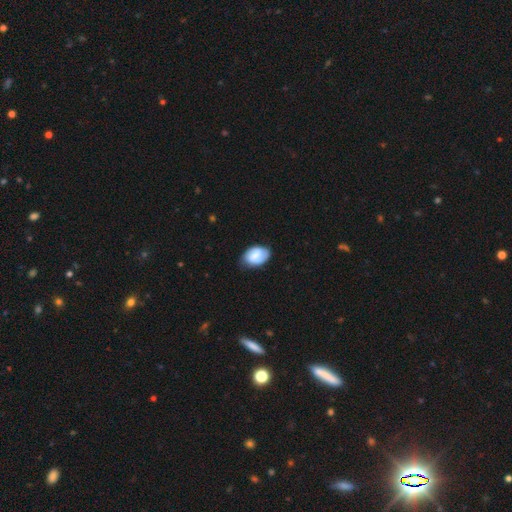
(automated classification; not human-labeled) smooth-or-featured: smooth: 66% | featured or disk: 28% | star or artifact: 7%
  how-rounded: in between: 86% | round: 13% | cigar-shaped: 1%
  merging: none: 70% | minor disturbance: 24% | major disturbance: 5% | merger: 1%